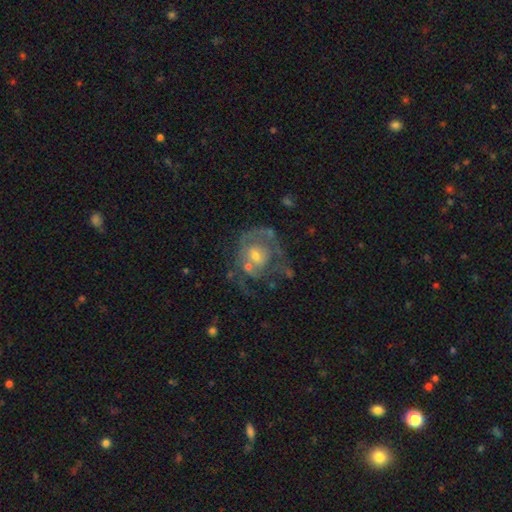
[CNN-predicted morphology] A featured or disk galaxy (73%) with no bar (72%), spiral arms (64%) and a small central bulge (47%). Merging: none (38%).